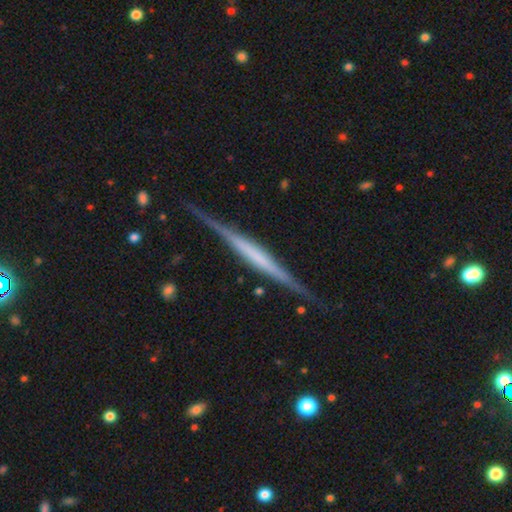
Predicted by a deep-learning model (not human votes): The model was most divided on "edge-on bulge": none: 55%, boxy: 27%, rounded: 18%. More confident: edge-on disk — yes (98%); merging — none (85%); smooth or featured — featured or disk (74%).